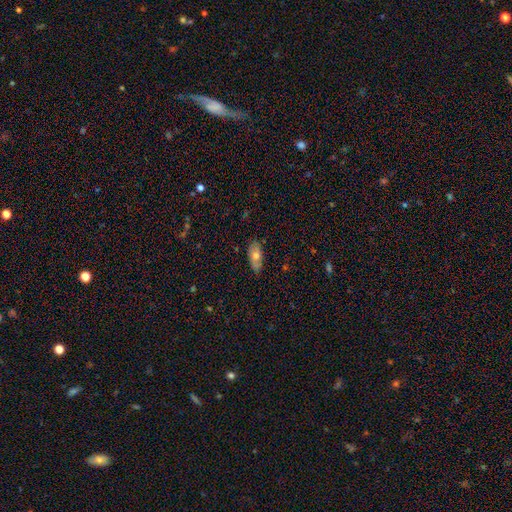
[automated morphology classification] smooth-or-featured: smooth: 62% | featured or disk: 30% | star or artifact: 8%
  how-rounded: in between: 81% | cigar-shaped: 16% | round: 3%
  merging: none: 80% | minor disturbance: 16% | major disturbance: 3% | merger: 1%